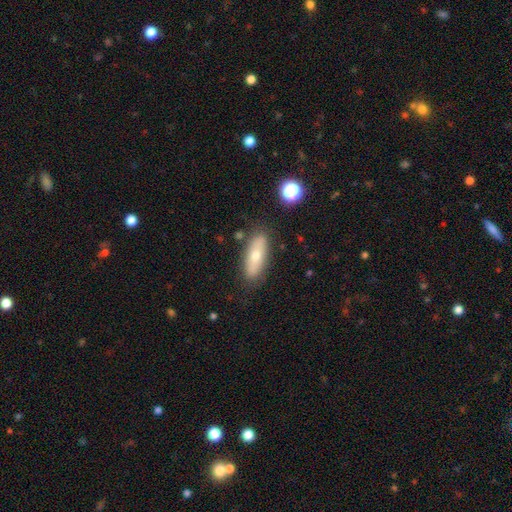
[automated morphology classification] Smooth or featured? Predicted: smooth (p=0.62). How rounded? Predicted: in between (p=0.69). Merging? Predicted: none (p=0.81).